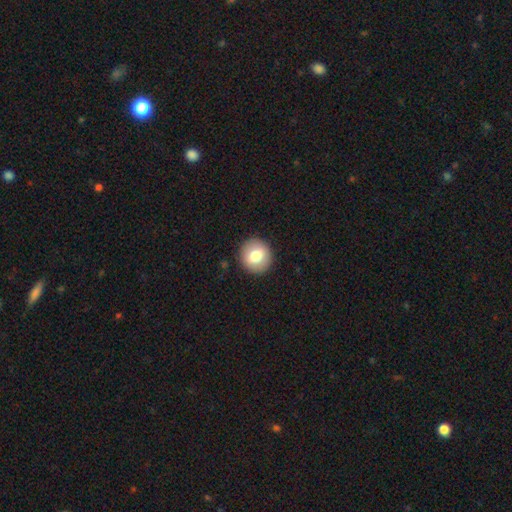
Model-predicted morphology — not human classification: type=smooth (76%); roundness=round (91%); merging=none (91%).